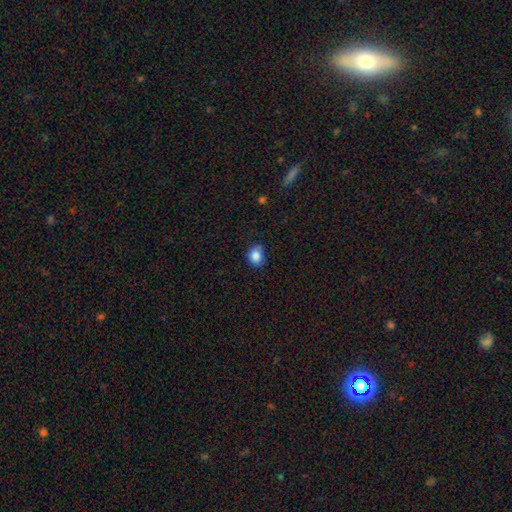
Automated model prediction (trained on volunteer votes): smooth-or-featured: smooth: 85% | star or artifact: 9% | featured or disk: 5%
  how-rounded: round: 50% | in between: 49% | cigar-shaped: 1%
  merging: none: 76% | minor disturbance: 19% | major disturbance: 3% | merger: 1%